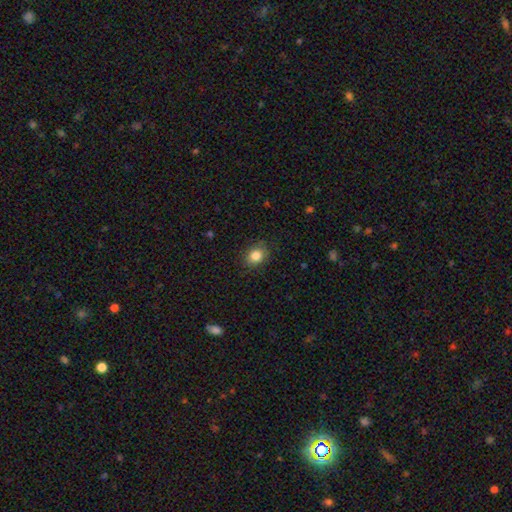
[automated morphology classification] Smooth or featured? smooth (83%)
How rounded? round (55%)
Merging? none (86%)